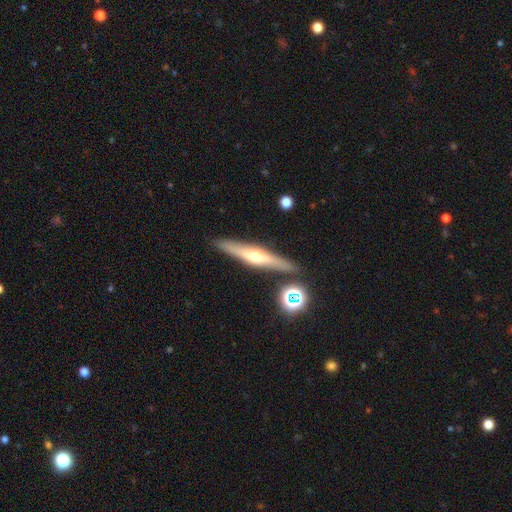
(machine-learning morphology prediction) Smooth or featured?
  - featured or disk: 66% *
  - smooth: 26%
  - star or artifact: 8%
Edge-on disk?
  - yes: 96% *
  - no: 4%
Edge-on bulge?
  - rounded: 89% *
  - none: 6%
  - boxy: 5%
Merging?
  - none: 87% *
  - minor disturbance: 7%
  - merger: 4%
  - major disturbance: 2%